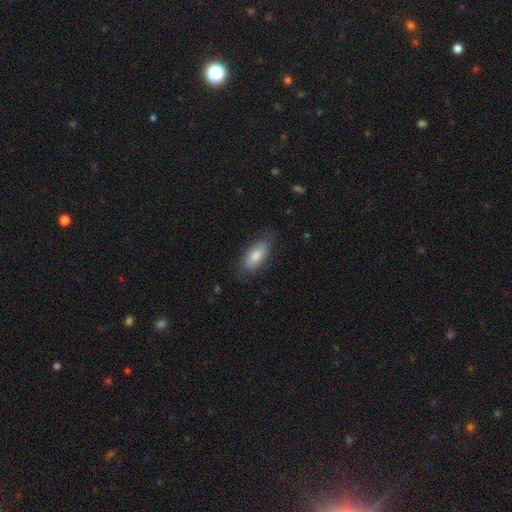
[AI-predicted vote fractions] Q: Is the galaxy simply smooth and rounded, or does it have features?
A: smooth — 75%.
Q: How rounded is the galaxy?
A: in between — 84%.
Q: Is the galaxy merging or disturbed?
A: none — 77%.